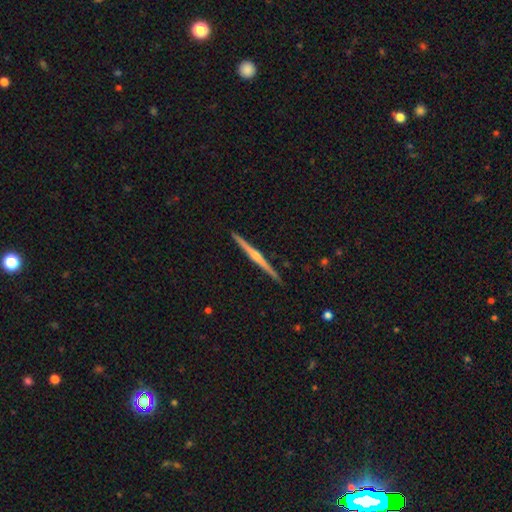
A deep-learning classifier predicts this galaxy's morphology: Overall: featured or disk (79%). Edge-on disk: yes (99%). Edge-on bulge: rounded (72%). Merging: none (92%).